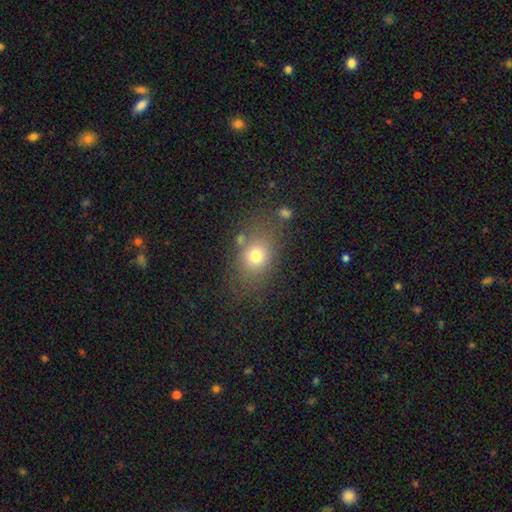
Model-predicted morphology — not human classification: A smooth galaxy with no disk features (72%) that is in between round and cigar-shaped (57%).

Vote fractions:
- Smooth or featured? smooth: 72% / star or artifact: 14% / featured or disk: 13%
- How rounded? in between: 57% / round: 41% / cigar-shaped: 2%
- Merging? none: 70% / minor disturbance: 15% / major disturbance: 9% / merger: 6%